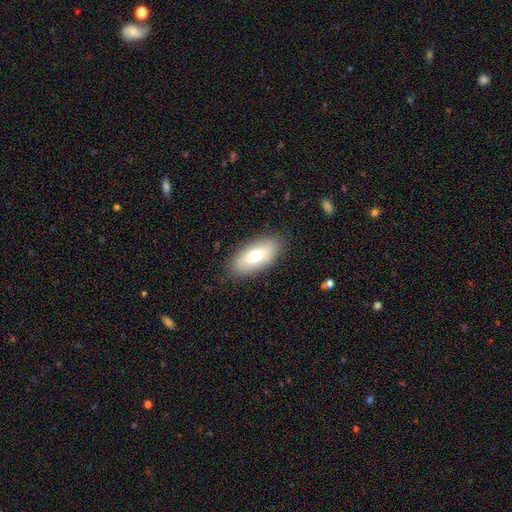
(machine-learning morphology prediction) Smooth or featured? Predicted: smooth (p=0.70). How rounded? Predicted: in between (p=0.89). Merging? Predicted: none (p=0.85).